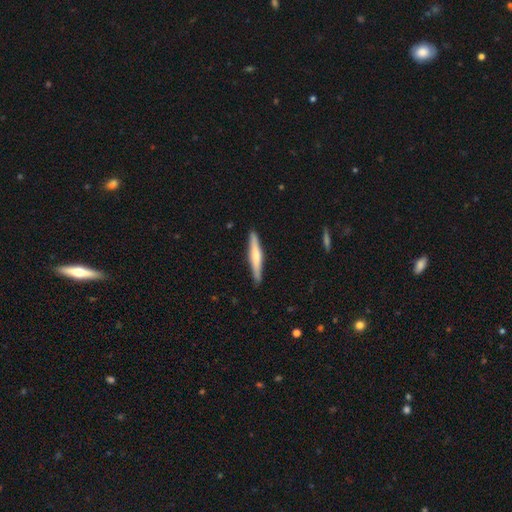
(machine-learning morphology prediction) The model was most divided on "smooth or featured": smooth: 49%, featured or disk: 46%, star or artifact: 5%. More confident: merging — none (90%).